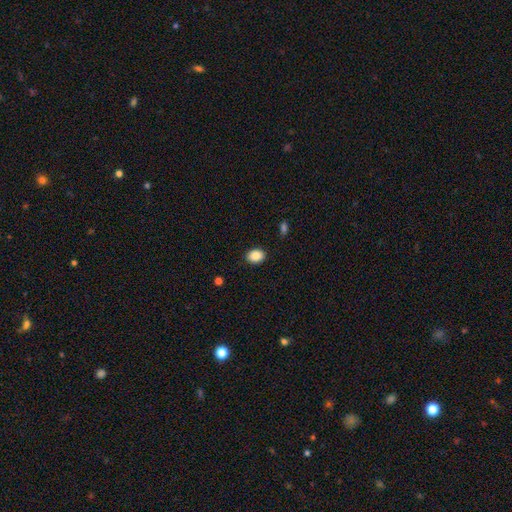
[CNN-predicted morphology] smooth 87%, star or artifact 8%, featured or disk 4%. Down the decision tree: how rounded — in between (69%); merging — none (89%).